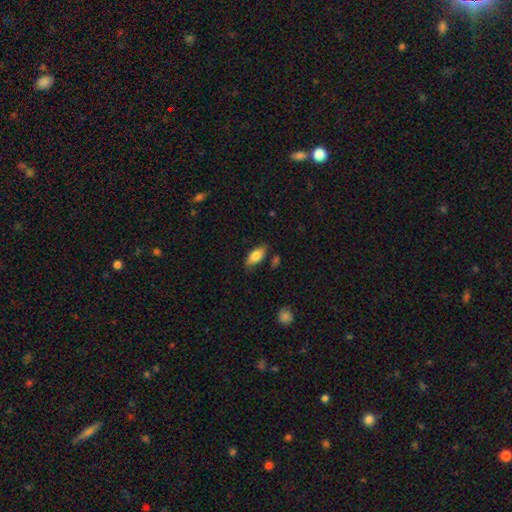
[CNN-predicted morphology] Smooth or featured: smooth — 79% (featured or disk — 14%)
How rounded: in between — 88% (cigar-shaped — 9%)
Merging: none — 78% (minor disturbance — 16%)